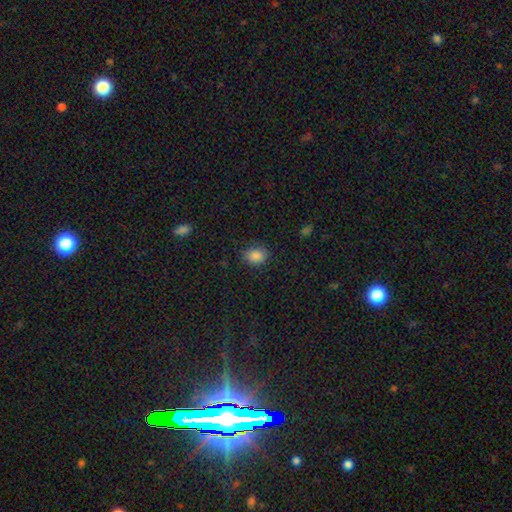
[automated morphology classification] A smooth galaxy with no disk features (86%) that is round (51%).

Vote fractions:
- Smooth or featured? smooth: 86% / star or artifact: 10% / featured or disk: 4%
- How rounded? round: 51% / in between: 48% / cigar-shaped: 1%
- Merging? none: 82% / minor disturbance: 13% / major disturbance: 4% / merger: 1%